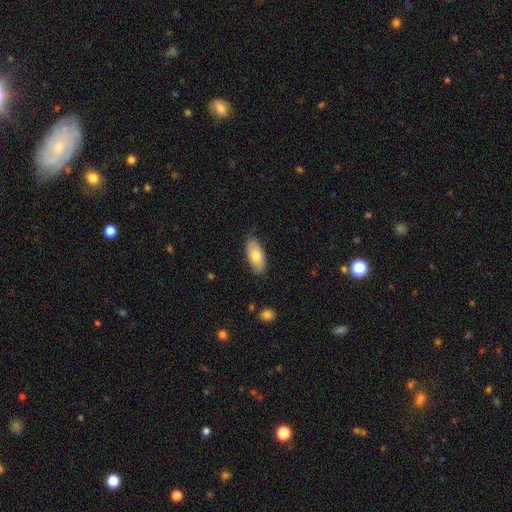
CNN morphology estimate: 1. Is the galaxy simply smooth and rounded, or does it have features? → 75% smooth, 19% featured or disk, 6% star or artifact.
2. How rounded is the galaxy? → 88% in between, 10% cigar-shaped, 2% round.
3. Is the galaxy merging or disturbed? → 85% none, 11% minor disturbance, 2% major disturbance, 1% merger.